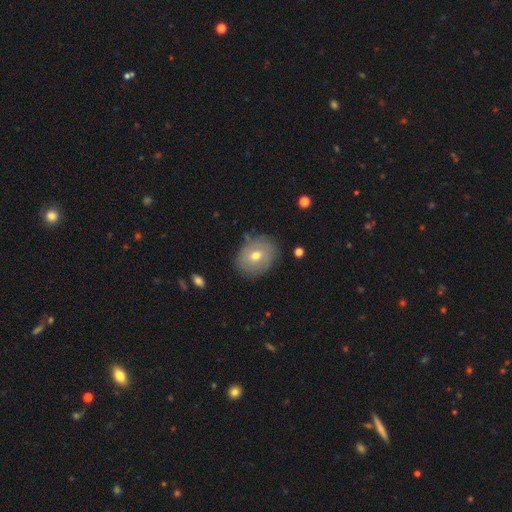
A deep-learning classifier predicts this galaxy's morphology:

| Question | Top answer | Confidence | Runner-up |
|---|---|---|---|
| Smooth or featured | smooth | 56% | featured or disk (35%) |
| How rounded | round | 55% | in between (44%) |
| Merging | none | 78% | minor disturbance (16%) |